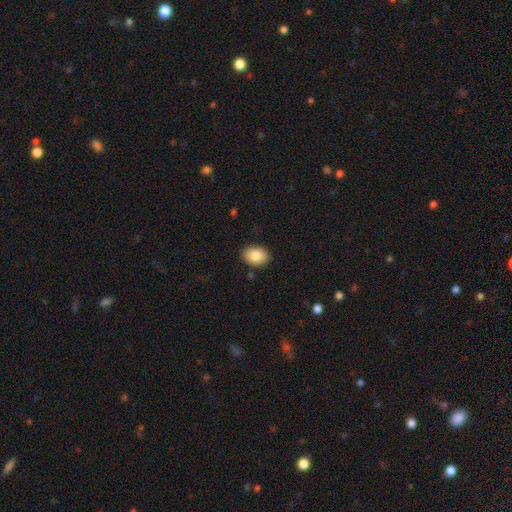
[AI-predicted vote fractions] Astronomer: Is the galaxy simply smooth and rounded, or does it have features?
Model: smooth — 85%.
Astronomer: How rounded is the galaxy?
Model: in between — 72%.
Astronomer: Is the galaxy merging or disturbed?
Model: none — 88%.